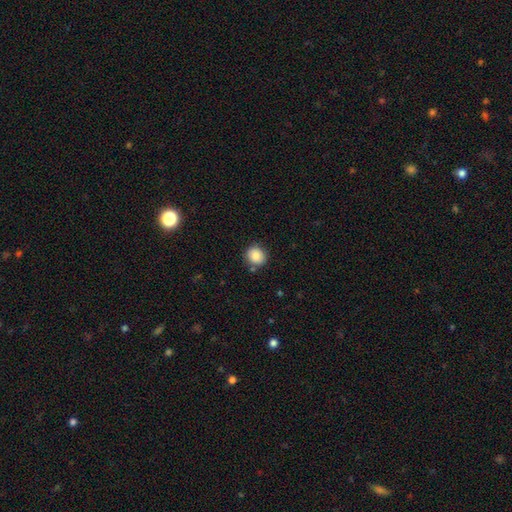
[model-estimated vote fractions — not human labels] Smooth or featured? Predicted: smooth (p=0.87). How rounded? Predicted: round (p=0.82). Merging? Predicted: none (p=0.82).